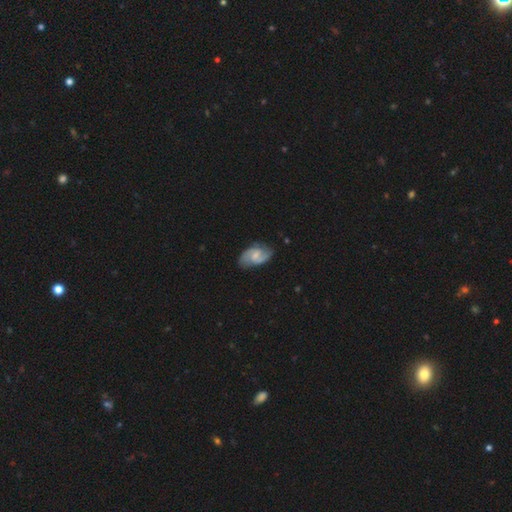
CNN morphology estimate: The model was most divided on "bulge size": small: 47%, moderate: 33%, none: 16%, large: 3%, dominant: 1%. Remaining: edge-on disk — no (97%); spiral arms — yes (94%); spiral arm count — 2 (86%); merging — none (75%); smooth or featured — featured or disk (74%); bar — weak (57%); spiral winding — medium (49%).